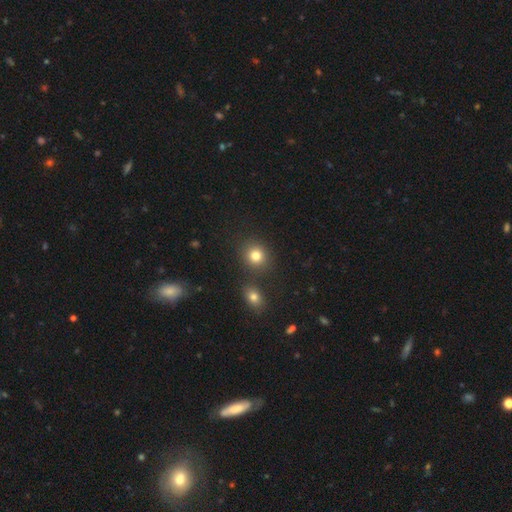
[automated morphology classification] type=smooth (80%); roundness=round (80%); merging=none (78%).